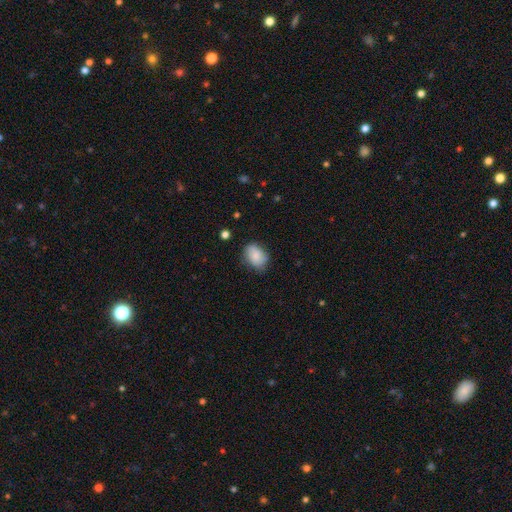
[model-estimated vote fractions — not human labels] Smooth or featured?
  - smooth: 81% *
  - featured or disk: 11%
  - star or artifact: 7%
How rounded?
  - in between: 73% *
  - round: 26%
  - cigar-shaped: 1%
Merging?
  - none: 70% *
  - minor disturbance: 24%
  - major disturbance: 5%
  - merger: 1%